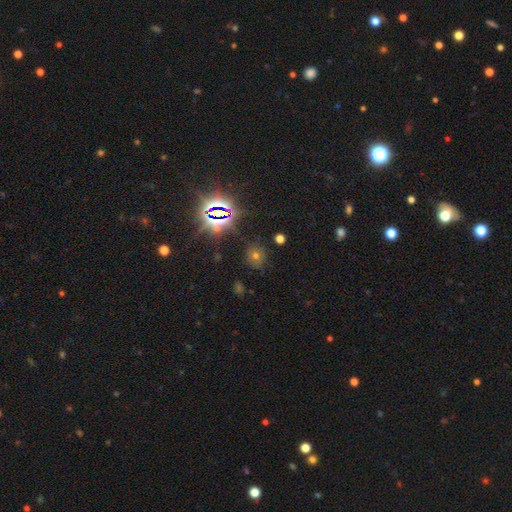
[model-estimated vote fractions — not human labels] smooth-or-featured: star or artifact: 47% | smooth: 42% | featured or disk: 11%